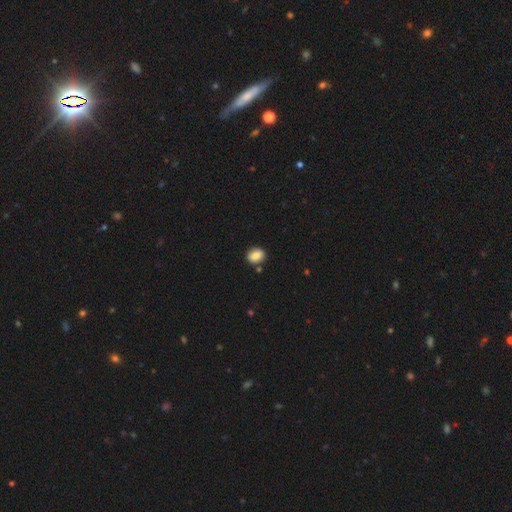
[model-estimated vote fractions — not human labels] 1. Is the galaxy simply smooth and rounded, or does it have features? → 82% smooth, 9% featured or disk, 8% star or artifact.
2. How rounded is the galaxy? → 50% round, 49% in between, 1% cigar-shaped.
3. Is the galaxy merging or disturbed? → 85% none, 9% minor disturbance, 4% merger, 2% major disturbance.